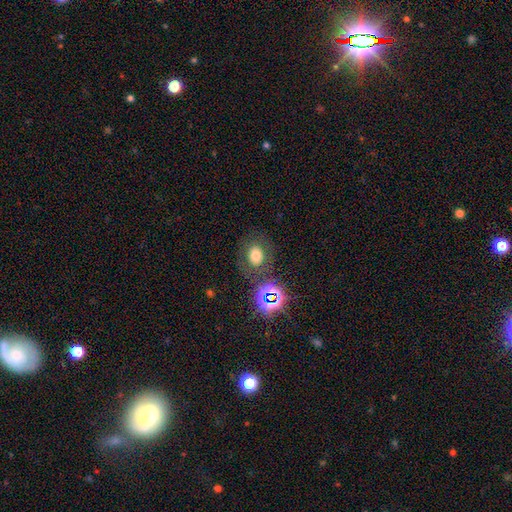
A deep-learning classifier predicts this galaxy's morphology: This is likely a smooth galaxy (64%). How rounded: possibly round (50%). Merging: likely none (75%).